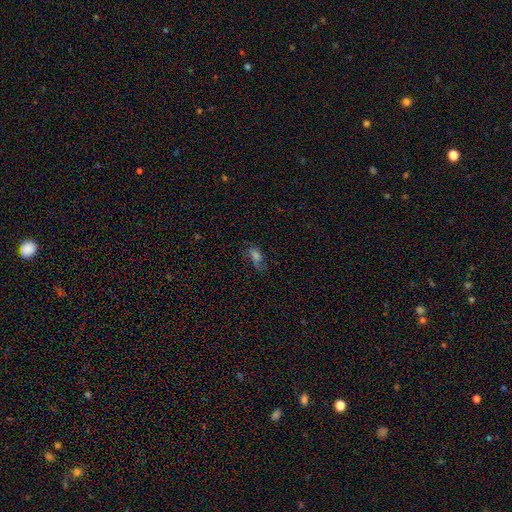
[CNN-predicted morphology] Smooth or featured: smooth — 45% (featured or disk — 35%)
Merging: none — 62% (minor disturbance — 22%)